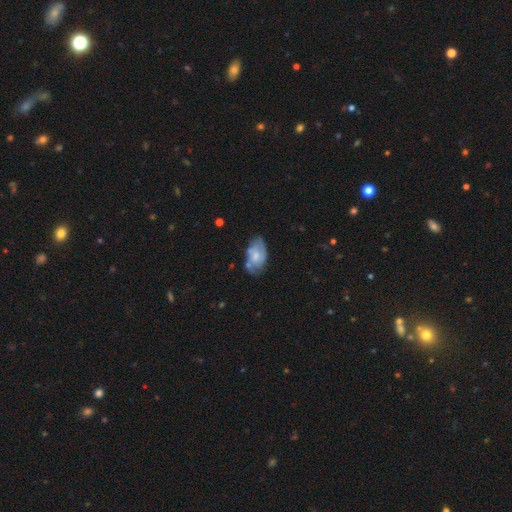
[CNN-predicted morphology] Smooth or featured: smooth — 52% (featured or disk — 42%)
How rounded: in between — 92% (round — 6%)
Merging: none — 55% (minor disturbance — 29%)